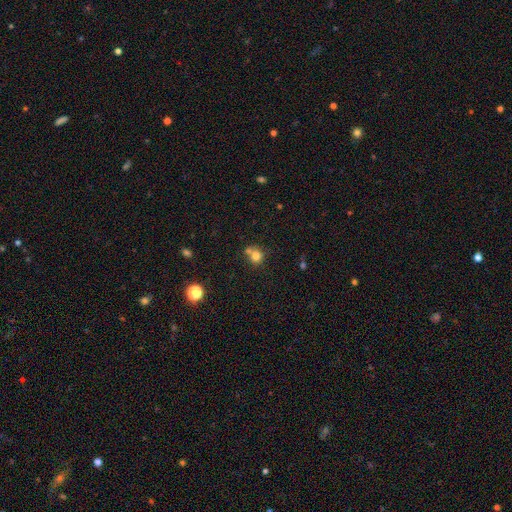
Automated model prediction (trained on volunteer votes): A smooth galaxy with no disk features (76%) that is round (84%).

Vote fractions:
- Smooth or featured? smooth: 76% / star or artifact: 13% / featured or disk: 10%
- How rounded? round: 84% / in between: 15% / cigar-shaped: 1%
- Merging? none: 47% / merger: 38% / minor disturbance: 11% / major disturbance: 4%